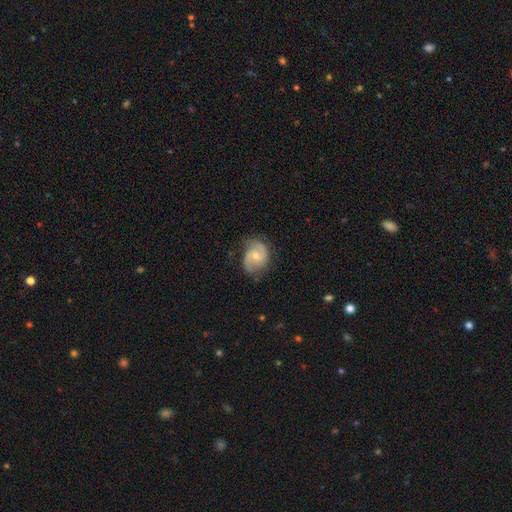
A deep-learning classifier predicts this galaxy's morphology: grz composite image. It shows a featured or disk galaxy (70%) with no bar (54%), 2 (84%) medium (48%) spiral arms (91%) and a small central bulge (48%). Merging: none (66%).